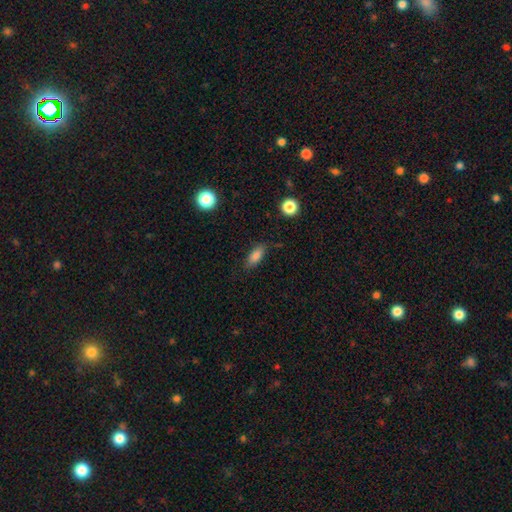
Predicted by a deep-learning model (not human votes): A smooth galaxy with no disk features (82%) that is in between round and cigar-shaped (77%). Merging: none (80%).